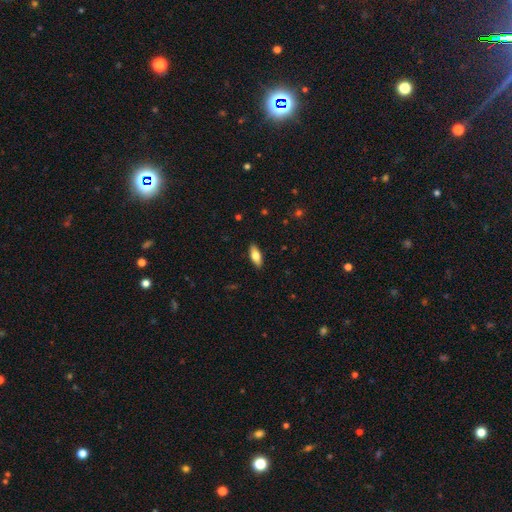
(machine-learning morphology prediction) Smooth or featured? smooth (73%)
How rounded? in between (78%)
Merging? none (89%)